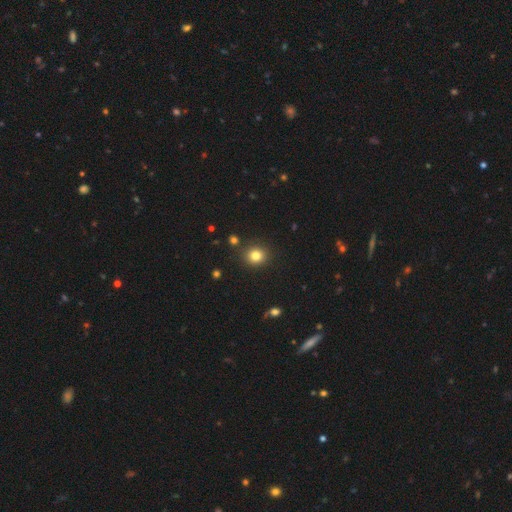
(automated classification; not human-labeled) A smooth galaxy with no disk features (81%) that is round (83%).

Vote fractions:
- Smooth or featured? smooth: 81% / star or artifact: 13% / featured or disk: 6%
- How rounded? round: 83% / in between: 16% / cigar-shaped: 1%
- Merging? none: 87% / minor disturbance: 8% / merger: 3% / major disturbance: 2%